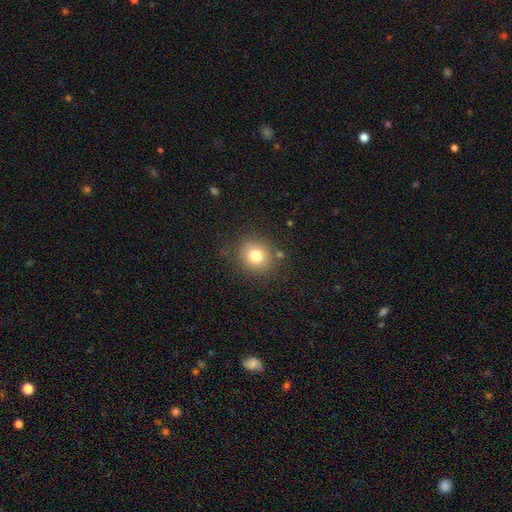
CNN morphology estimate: Overall: smooth (78%). How rounded: round (84%). Merging: none (81%).